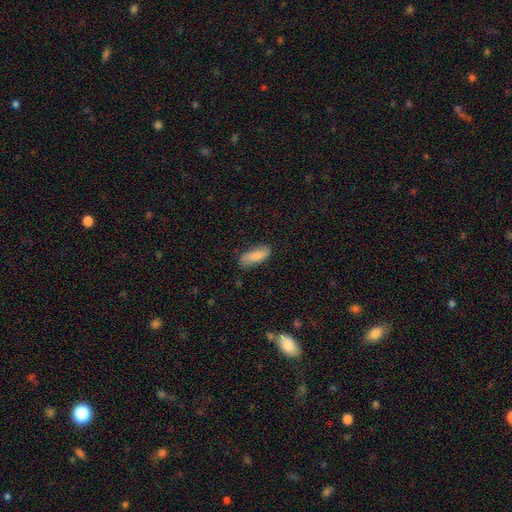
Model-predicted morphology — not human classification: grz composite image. It shows a smooth galaxy with no disk features (83%) that is in between round and cigar-shaped (77%). Merging: none (72%).